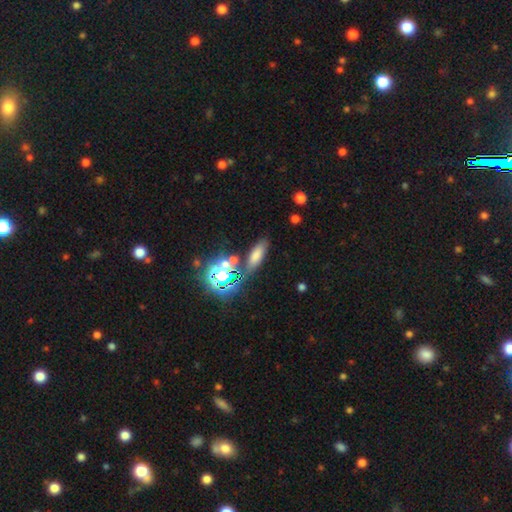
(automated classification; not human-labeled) A smooth galaxy with no disk features (60%) that is in between round and cigar-shaped (52%).

Vote fractions:
- Smooth or featured? smooth: 60% / star or artifact: 27% / featured or disk: 13%
- How rounded? in between: 52% / cigar-shaped: 36% / round: 12%
- Merging? none: 70% / minor disturbance: 13% / merger: 11% / major disturbance: 5%